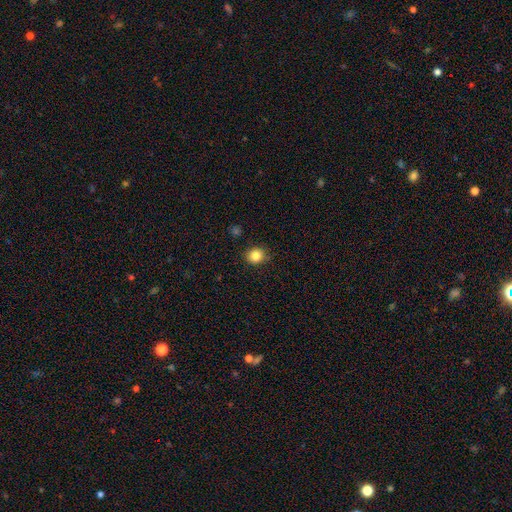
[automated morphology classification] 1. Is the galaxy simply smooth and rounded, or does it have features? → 84% smooth, 11% star or artifact, 6% featured or disk.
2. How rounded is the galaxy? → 79% round, 20% in between, 1% cigar-shaped.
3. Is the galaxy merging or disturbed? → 86% none, 10% minor disturbance, 2% major disturbance, 1% merger.